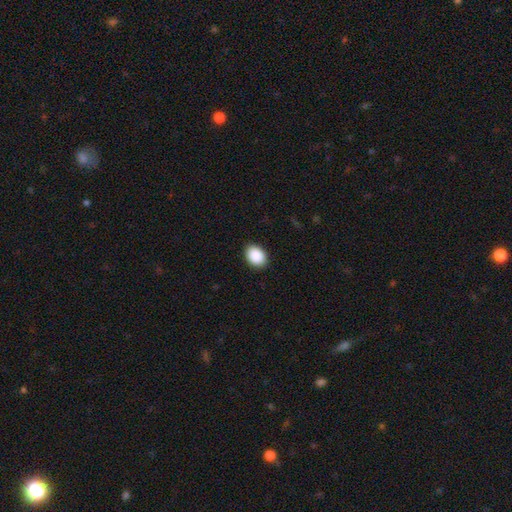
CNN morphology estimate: smooth-or-featured: smooth: 90% | star or artifact: 7% | featured or disk: 3%
  how-rounded: in between: 70% | round: 30% | cigar-shaped: 1%
  merging: none: 90% | minor disturbance: 7% | major disturbance: 2% | merger: 1%